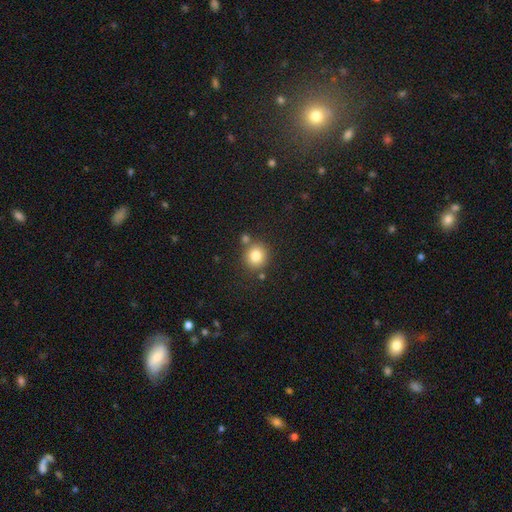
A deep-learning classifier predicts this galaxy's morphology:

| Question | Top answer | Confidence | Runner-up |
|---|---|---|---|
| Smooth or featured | smooth | 82% | star or artifact (11%) |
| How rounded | round | 88% | in between (11%) |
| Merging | none | 76% | merger (12%) |